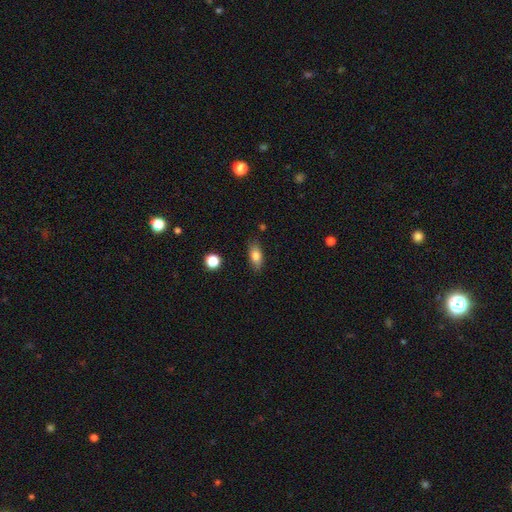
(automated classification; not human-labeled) Overall: smooth (80%). How rounded: in between (82%). Merging: none (82%).